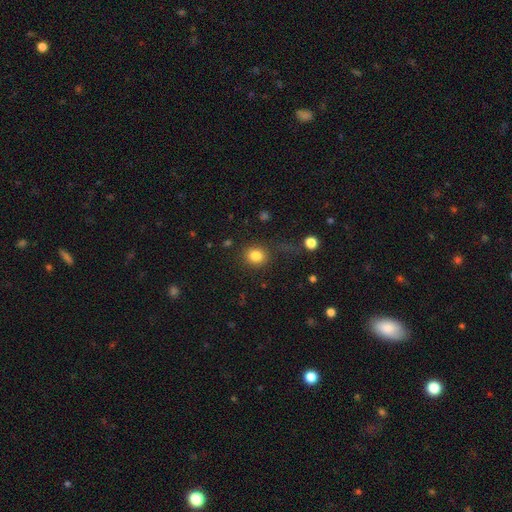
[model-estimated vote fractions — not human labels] Smooth or featured? Predicted: smooth (p=0.83). How rounded? Predicted: round (p=0.78). Merging? Predicted: none (p=0.80).